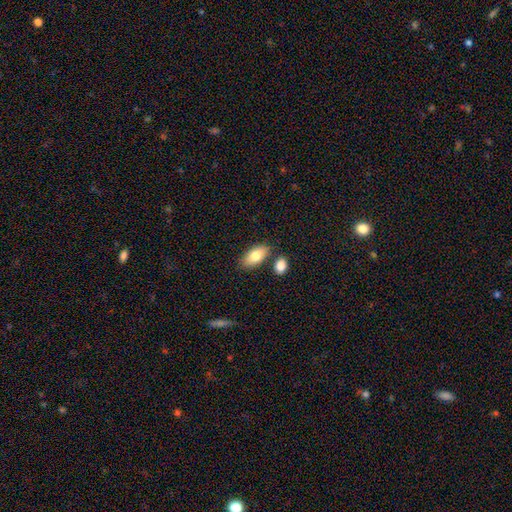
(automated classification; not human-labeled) Smooth or featured? smooth (80%)
How rounded? in between (91%)
Merging? none (74%)